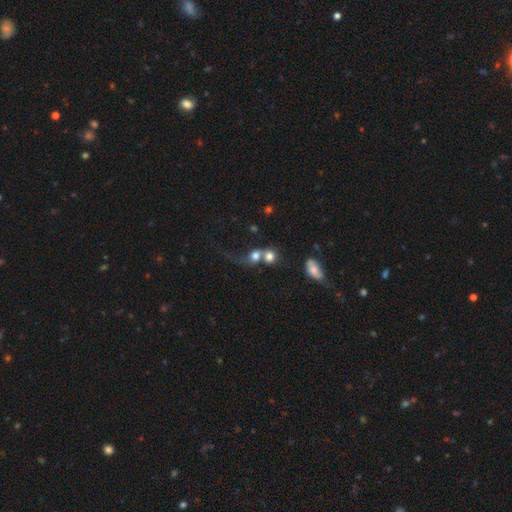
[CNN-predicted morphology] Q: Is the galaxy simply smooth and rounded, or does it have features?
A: smooth — 71%.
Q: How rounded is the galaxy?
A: round — 73%.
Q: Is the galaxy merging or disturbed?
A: merger — 65%.